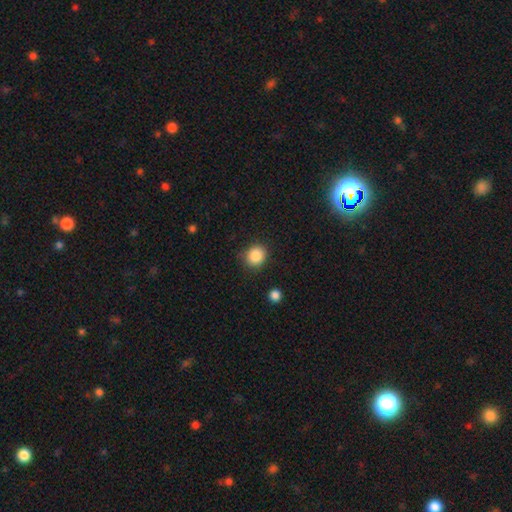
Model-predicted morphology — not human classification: Q: Smooth or featured?
A: smooth (87%); runner-up: star or artifact (9%)
Q: How rounded?
A: round (81%); runner-up: in between (18%)
Q: Merging?
A: none (84%); runner-up: minor disturbance (11%)